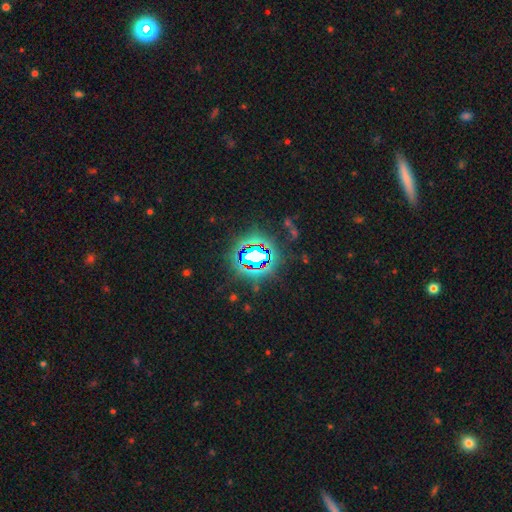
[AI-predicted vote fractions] Smooth or featured?
  - star or artifact: 77% *
  - smooth: 13%
  - featured or disk: 10%